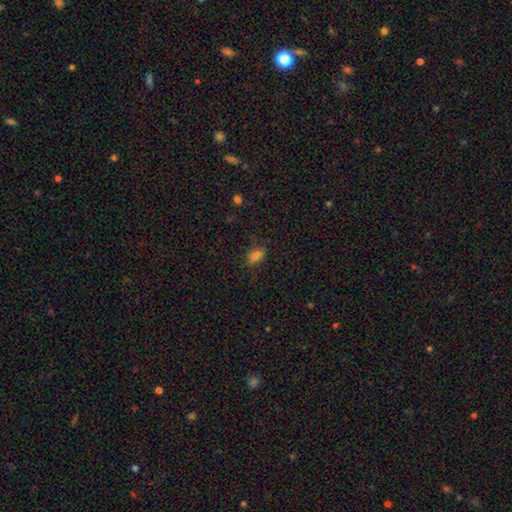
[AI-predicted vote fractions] Smooth or featured?
  - smooth: 77% *
  - star or artifact: 17%
  - featured or disk: 6%
How rounded?
  - in between: 83% *
  - round: 12%
  - cigar-shaped: 5%
Merging?
  - none: 76% *
  - minor disturbance: 17%
  - major disturbance: 5%
  - merger: 2%